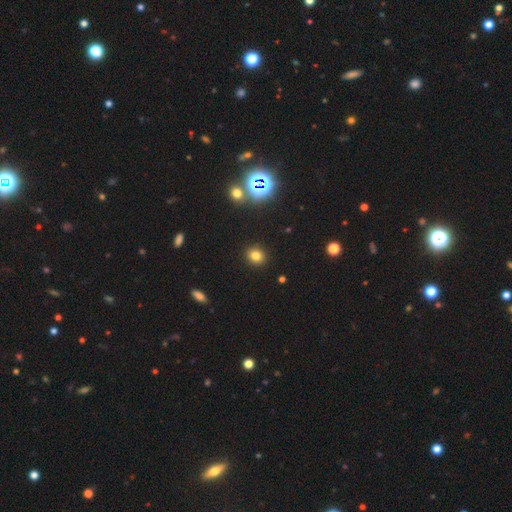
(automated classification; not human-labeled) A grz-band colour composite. It shows a smooth galaxy with no disk features (77%) that is round (77%). Merging: none (91%).